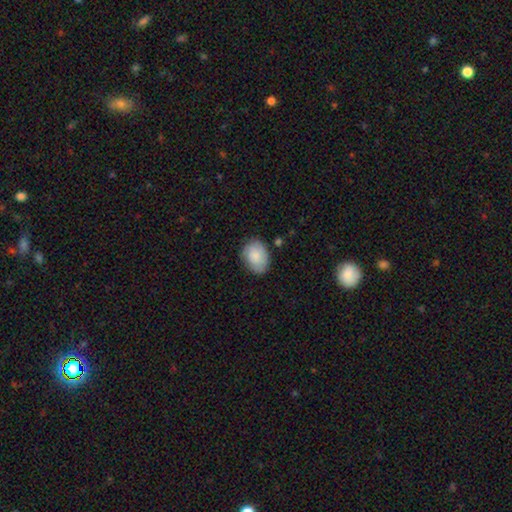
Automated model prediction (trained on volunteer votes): smooth 83%, featured or disk 11%, star or artifact 6%. Down the decision tree: how rounded — in between (70%); merging — none (72%).